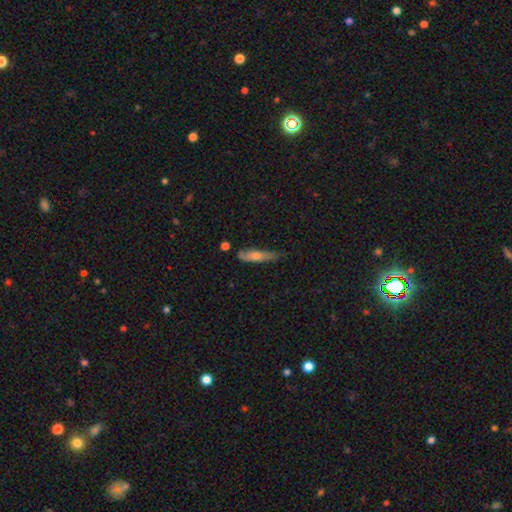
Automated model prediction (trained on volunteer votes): This is possibly a smooth galaxy (57%). How rounded: clearly cigar-shaped (80%). Merging: likely none (65%).